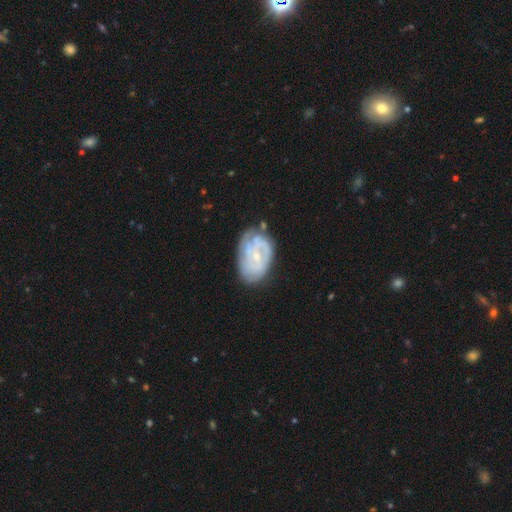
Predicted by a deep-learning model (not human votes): Smooth or featured: featured or disk — 74% (smooth — 19%)
Edge-on disk: no — 97% (yes — 3%)
Bar: no — 52% (weak — 39%)
Spiral arms: yes — 84% (no — 16%)
Spiral winding: tight — 58% (medium — 31%)
Spiral arm count: can't tell — 41% (2 — 27%)
Bulge size: small — 70% (moderate — 23%)
Merging: none — 60% (minor disturbance — 26%)